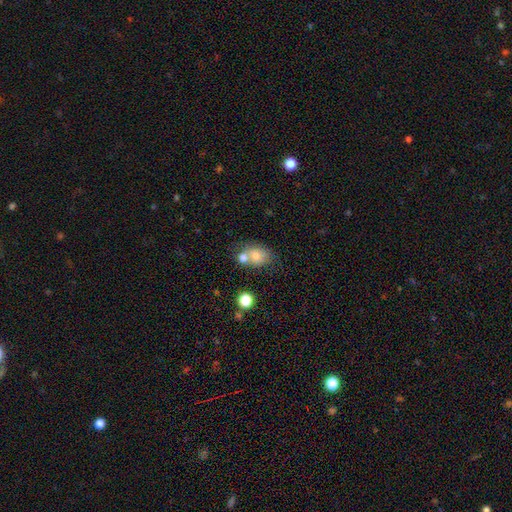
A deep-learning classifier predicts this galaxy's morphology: Smooth or featured? Predicted: smooth (p=0.73). How rounded? Predicted: in between (p=0.62). Merging? Predicted: none (p=0.42).